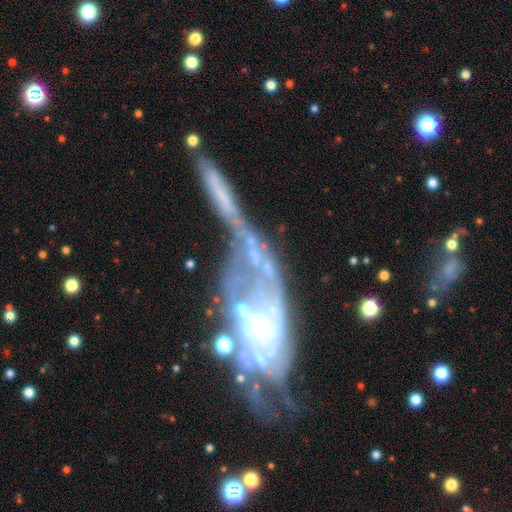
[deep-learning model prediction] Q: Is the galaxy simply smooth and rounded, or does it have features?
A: featured or disk — 76%.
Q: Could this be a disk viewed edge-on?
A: no — 88%.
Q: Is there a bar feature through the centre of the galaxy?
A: no — 69%.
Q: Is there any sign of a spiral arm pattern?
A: yes — 68%.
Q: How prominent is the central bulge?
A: small — 50%.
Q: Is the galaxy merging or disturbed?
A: merger — 38%.